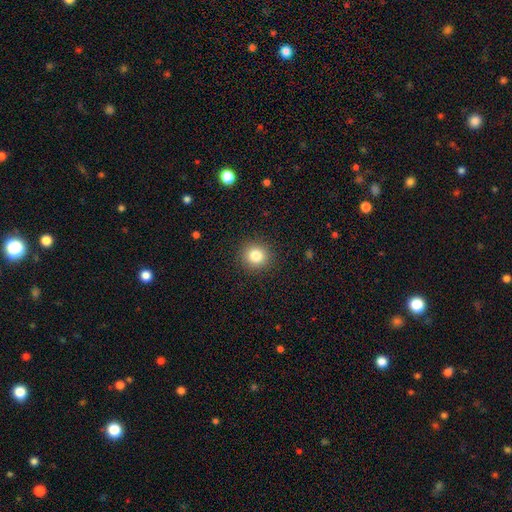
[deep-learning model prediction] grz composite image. It shows a smooth galaxy with no disk features (82%) that is round (91%). Merging: none (91%).